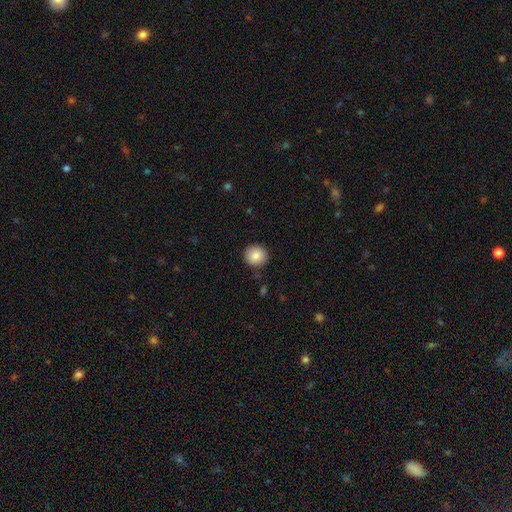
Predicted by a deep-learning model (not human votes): Smooth or featured? Predicted: smooth (p=0.86). How rounded? Predicted: round (p=0.89). Merging? Predicted: none (p=0.89).